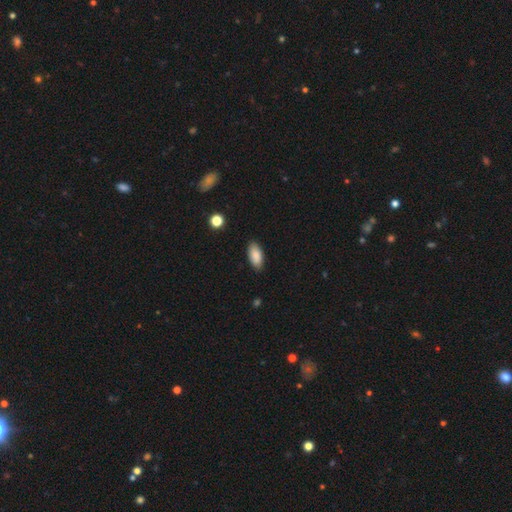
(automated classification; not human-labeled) Overall: smooth (87%). How rounded: in between (90%). Merging: none (85%).